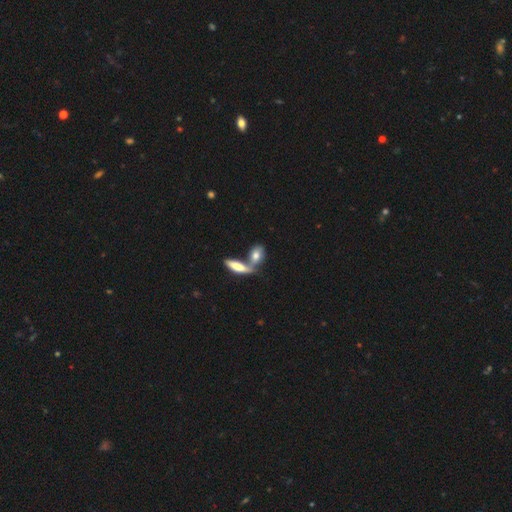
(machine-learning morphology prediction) The model was most divided on "merging": merger: 57%, none: 31%, minor disturbance: 8%, major disturbance: 4%. More confident: how rounded — in between (73%); smooth or featured — smooth (71%).